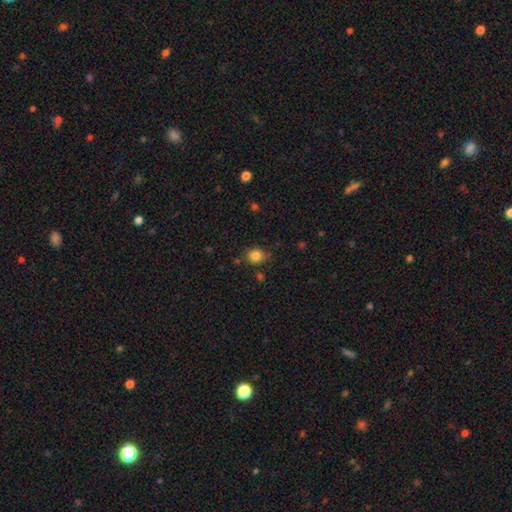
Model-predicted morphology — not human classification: smooth 83%, star or artifact 11%, featured or disk 6%. Down the decision tree: how rounded — round (66%); merging — none (73%).